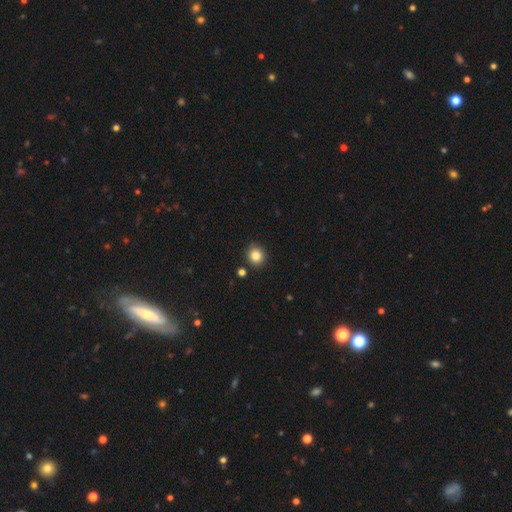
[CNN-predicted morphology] type=smooth (85%); roundness=round (84%); merging=none (87%).